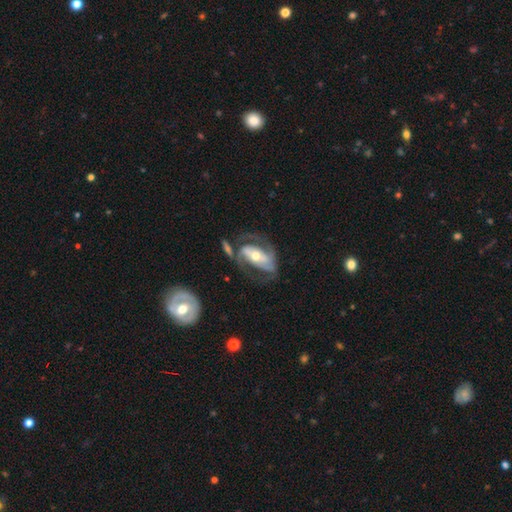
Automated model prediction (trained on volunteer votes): Smooth or featured? featured or disk (81%)
Edge-on disk? no (94%)
Bar? strong (44%)
Spiral arms? yes (87%)
Spiral winding? medium (47%)
Spiral arm count? 2 (83%)
Bulge size? moderate (60%)
Merging? none (50%)